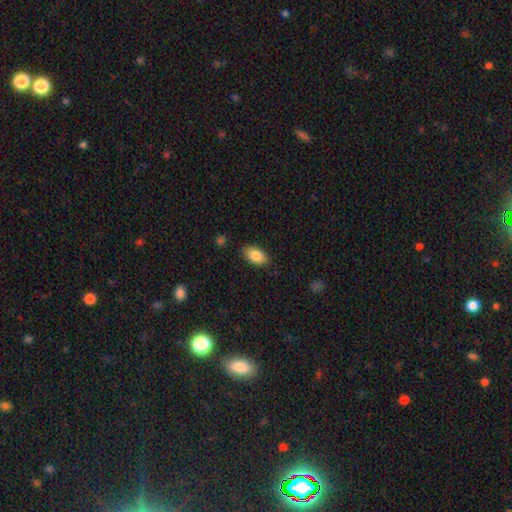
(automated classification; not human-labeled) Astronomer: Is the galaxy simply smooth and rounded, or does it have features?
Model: smooth — 84%.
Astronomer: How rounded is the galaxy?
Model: in between — 92%.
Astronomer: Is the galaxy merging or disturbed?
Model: none — 86%.